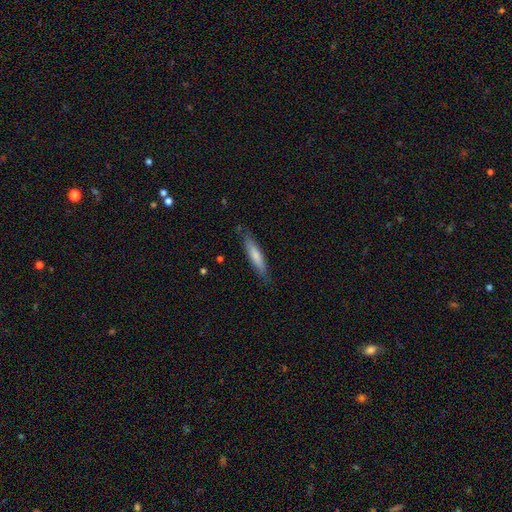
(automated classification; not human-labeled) Smooth or featured? Predicted: smooth (p=0.71). How rounded? Predicted: cigar-shaped (p=0.85). Merging? Predicted: none (p=0.83).